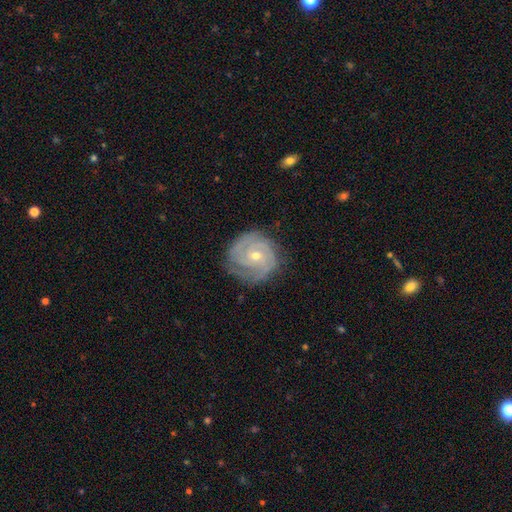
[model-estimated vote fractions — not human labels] smooth-or-featured: featured or disk: 87% | smooth: 8% | star or artifact: 6%
  disk-edge-on: no: 98% | yes: 2%
    bar: no: 68% | weak: 25% | strong: 6%
    has-spiral-arms: yes: 97% | no: 3%
      spiral-winding: tight: 74% | medium: 23% | loose: 4%
      spiral-arm-count: 3: 36% | 2: 30% | can't tell: 16% | 4: 8% | 1: 5% | more than 4: 5%
    bulge-size: small: 56% | moderate: 41% | large: 1% | none: 1% | dominant: 1%
  merging: none: 78% | minor disturbance: 16% | major disturbance: 5% | merger: 1%